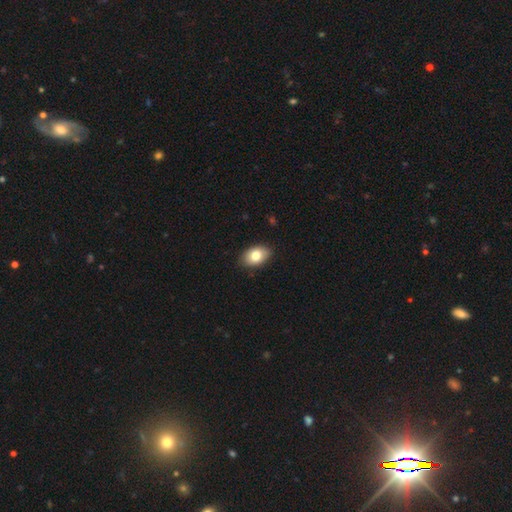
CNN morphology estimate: A smooth galaxy with no disk features (81%) that is in between round and cigar-shaped (88%). Merging: none (87%).